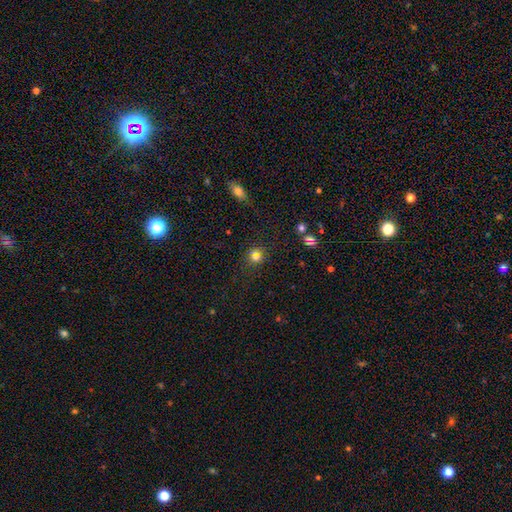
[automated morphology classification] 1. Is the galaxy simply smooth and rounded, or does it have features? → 73% smooth, 20% star or artifact, 7% featured or disk.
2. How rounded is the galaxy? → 86% round, 13% in between, 1% cigar-shaped.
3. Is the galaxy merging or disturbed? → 78% none, 10% minor disturbance, 8% merger, 4% major disturbance.